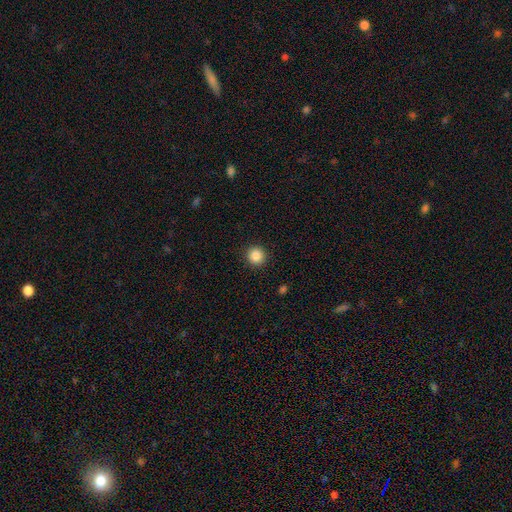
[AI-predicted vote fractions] Smooth or featured?
  - smooth: 87% *
  - star or artifact: 10%
  - featured or disk: 3%
How rounded?
  - round: 94% *
  - in between: 5%
  - cigar-shaped: 1%
Merging?
  - none: 92% *
  - minor disturbance: 5%
  - major disturbance: 2%
  - merger: 1%